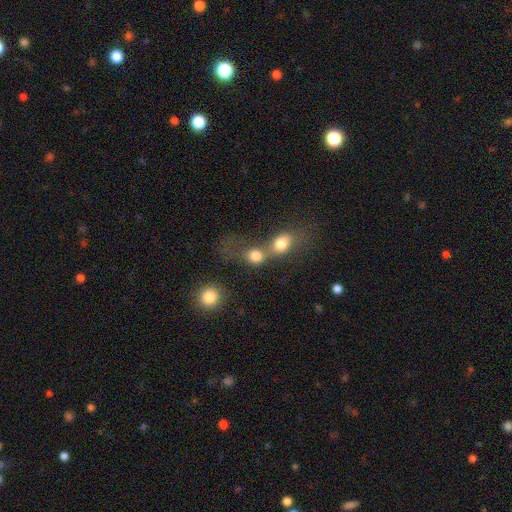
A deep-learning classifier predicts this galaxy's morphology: smooth-or-featured: smooth: 78% | star or artifact: 11% | featured or disk: 11%
  how-rounded: round: 64% | in between: 34% | cigar-shaped: 2%
  merging: merger: 68% | none: 20% | major disturbance: 7% | minor disturbance: 6%